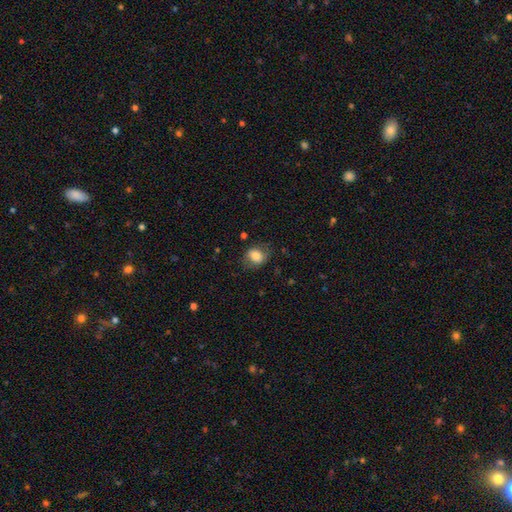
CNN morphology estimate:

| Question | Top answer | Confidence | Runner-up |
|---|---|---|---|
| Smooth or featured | smooth | 77% | featured or disk (14%) |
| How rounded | in between | 52% | round (47%) |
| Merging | none | 65% | minor disturbance (23%) |